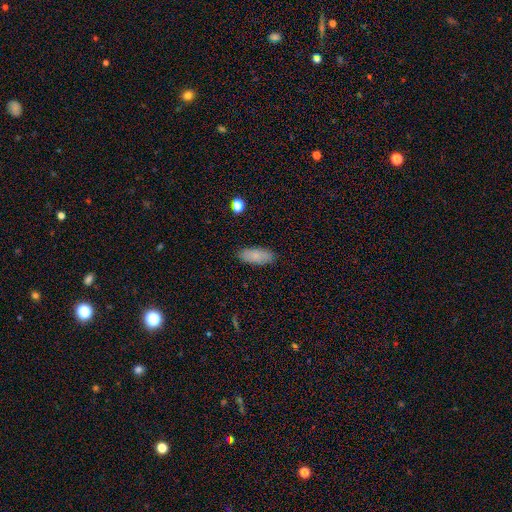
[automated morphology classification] A smooth galaxy with no disk features (85%) that is in between round and cigar-shaped (84%). Merging: none (87%).